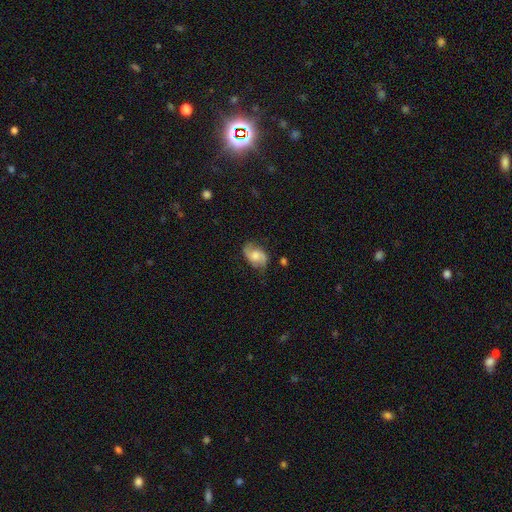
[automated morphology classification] A featured or disk galaxy (66%) with no bar (56%), 2 (90%) loose (50%) spiral arms (92%) and a moderate central bulge (46%).

Vote fractions:
- Smooth or featured? featured or disk: 66% / smooth: 27% / star or artifact: 8%
- Edge-on disk? no: 96% / yes: 4%
- Bar? no: 56% / weak: 37% / strong: 7%
- Spiral arms? yes: 92% / no: 8%
- Spiral winding? loose: 50% / medium: 38% / tight: 13%
- Spiral arm count? 2: 90% / can't tell: 5% / 1: 2% / 3: 1% / 4: 1% / more than 4: 1%
- Bulge size? moderate: 46% / small: 21% / large: 20% / none: 11% / dominant: 2%
- Merging? none: 71% / minor disturbance: 20% / major disturbance: 7% / merger: 2%